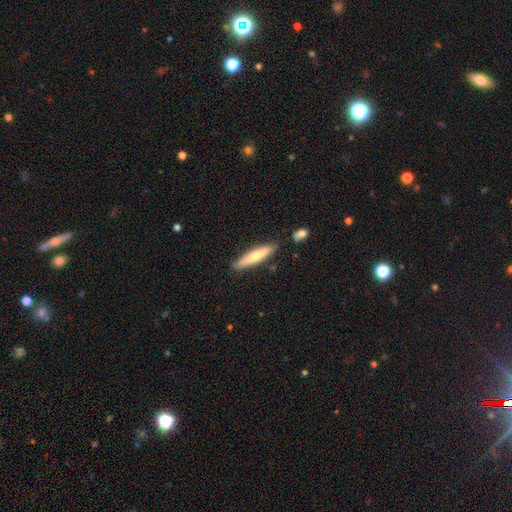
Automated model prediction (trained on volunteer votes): This is possibly a smooth galaxy (60%). How rounded: clearly cigar-shaped (83%). Merging: clearly none (84%).